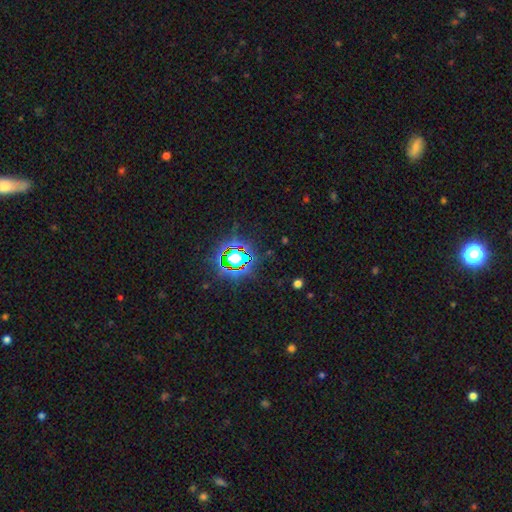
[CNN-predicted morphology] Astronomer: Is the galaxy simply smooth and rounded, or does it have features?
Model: star or artifact — 82%.